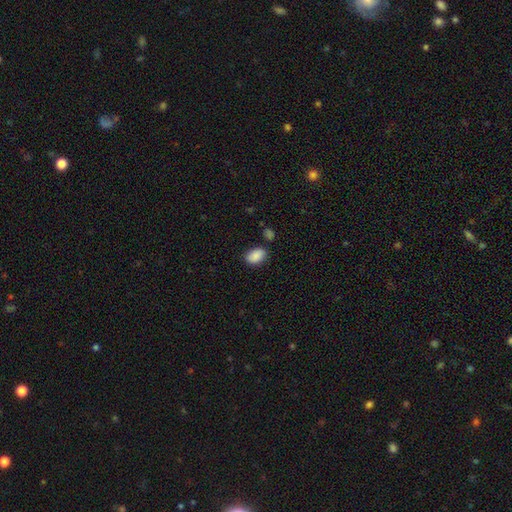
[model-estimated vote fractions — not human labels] A smooth galaxy with no disk features (88%) that is in between round and cigar-shaped (88%).

Vote fractions:
- Smooth or featured? smooth: 88% / star or artifact: 7% / featured or disk: 5%
- How rounded? in between: 88% / round: 10% / cigar-shaped: 1%
- Merging? none: 77% / minor disturbance: 15% / merger: 5% / major disturbance: 3%